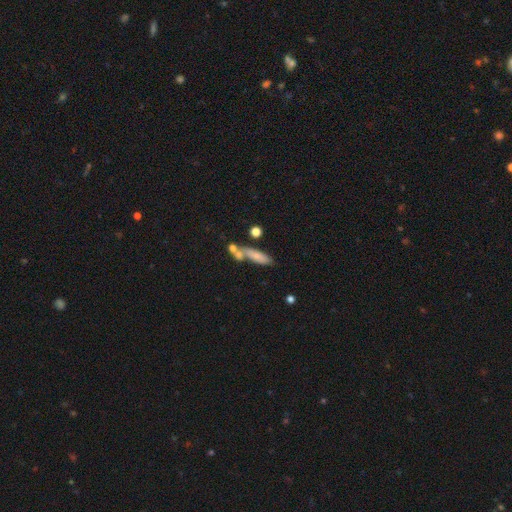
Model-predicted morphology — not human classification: smooth_or_featured: smooth (p=0.68) [alt: featured or disk p=0.23]
how_rounded: cigar-shaped (p=0.60) [alt: in between p=0.37]
merging: none (p=0.48) [alt: merger p=0.28]